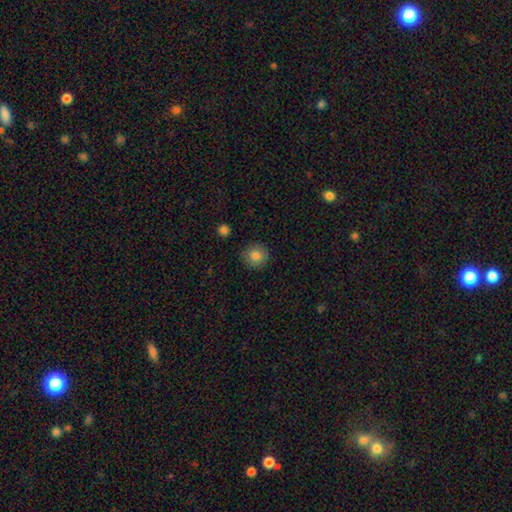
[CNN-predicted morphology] type=smooth (84%); roundness=round (89%); merging=none (88%).